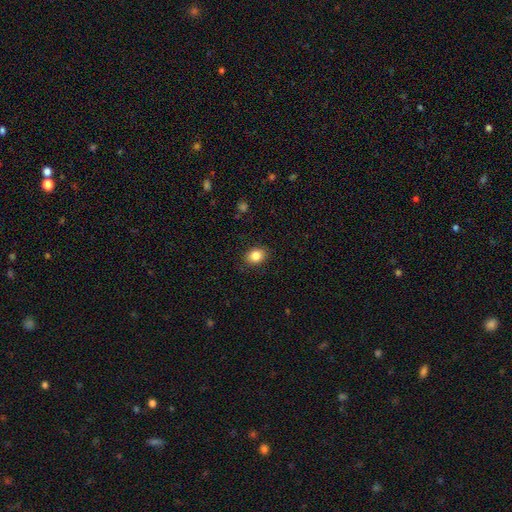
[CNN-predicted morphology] This appears to be a smooth galaxy with no disk features (84%) that is in between round and cigar-shaped (61%). Merging: none (87%).